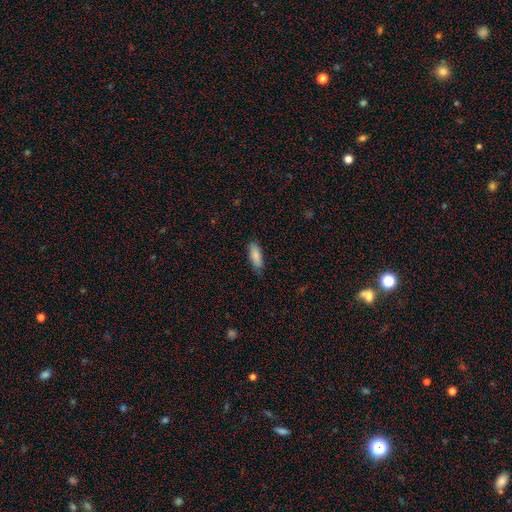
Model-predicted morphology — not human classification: Smooth or featured: smooth — 87% (featured or disk — 7%)
How rounded: in between — 65% (cigar-shaped — 33%)
Merging: none — 82% (minor disturbance — 14%)